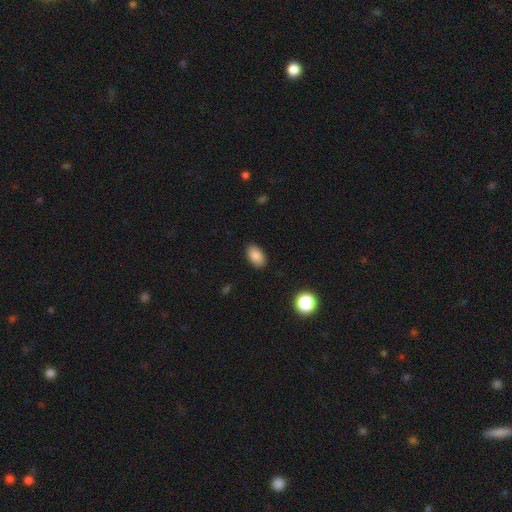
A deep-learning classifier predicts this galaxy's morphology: Smooth or featured?
  - smooth: 86% *
  - star or artifact: 9%
  - featured or disk: 6%
How rounded?
  - in between: 92% *
  - round: 6%
  - cigar-shaped: 2%
Merging?
  - none: 88% *
  - minor disturbance: 9%
  - major disturbance: 2%
  - merger: 1%